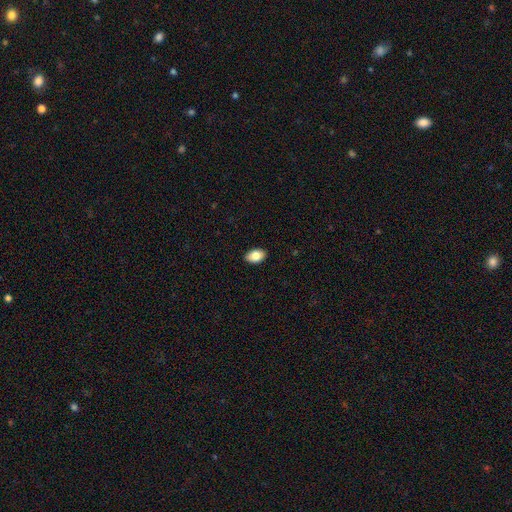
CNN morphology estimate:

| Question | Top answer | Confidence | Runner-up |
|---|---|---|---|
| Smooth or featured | smooth | 84% | featured or disk (9%) |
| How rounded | in between | 90% | round (9%) |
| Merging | none | 89% | minor disturbance (8%) |